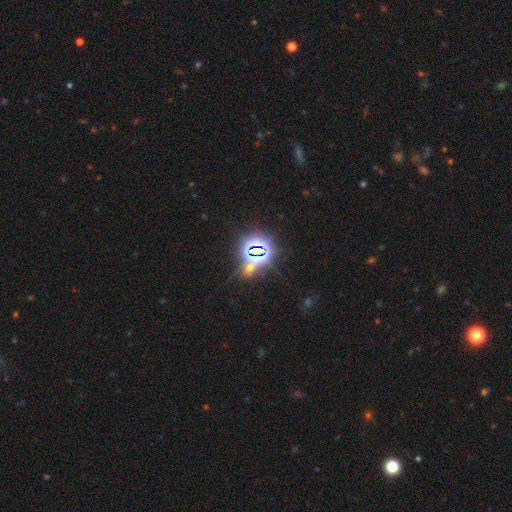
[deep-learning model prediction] Morphology: type=star or artifact (78%).